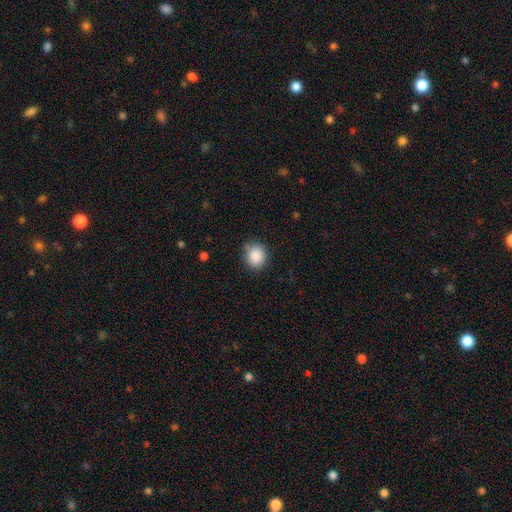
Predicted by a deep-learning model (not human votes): smooth-or-featured: smooth: 88% | star or artifact: 8% | featured or disk: 3%
  how-rounded: round: 78% | in between: 21% | cigar-shaped: 1%
  merging: none: 82% | minor disturbance: 13% | major disturbance: 3% | merger: 2%